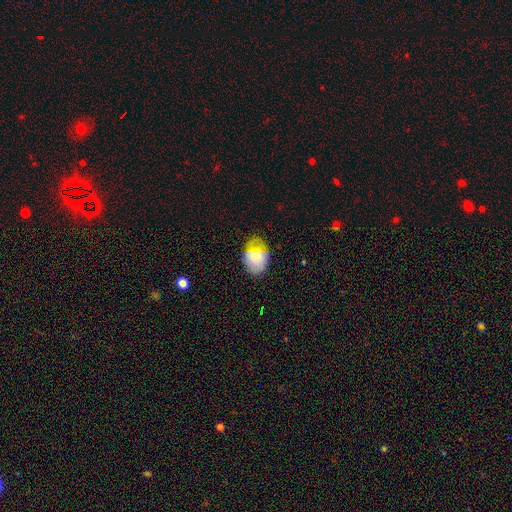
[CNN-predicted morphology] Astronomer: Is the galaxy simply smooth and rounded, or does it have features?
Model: smooth — 64%.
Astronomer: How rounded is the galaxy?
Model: in between — 78%.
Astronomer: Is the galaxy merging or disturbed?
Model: none — 70%.